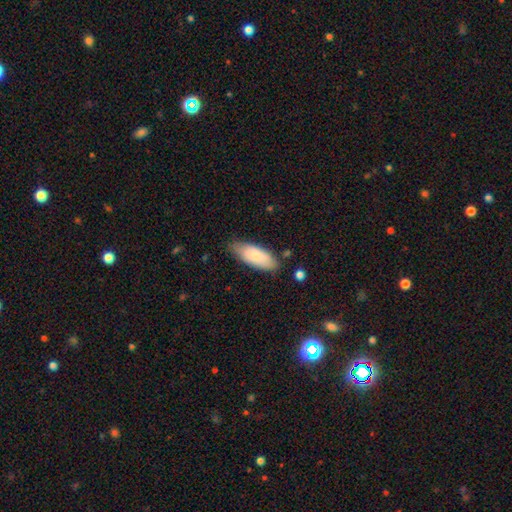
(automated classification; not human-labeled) A smooth galaxy with no disk features (83%) that is in between round and cigar-shaped (79%). Merging: none (74%).